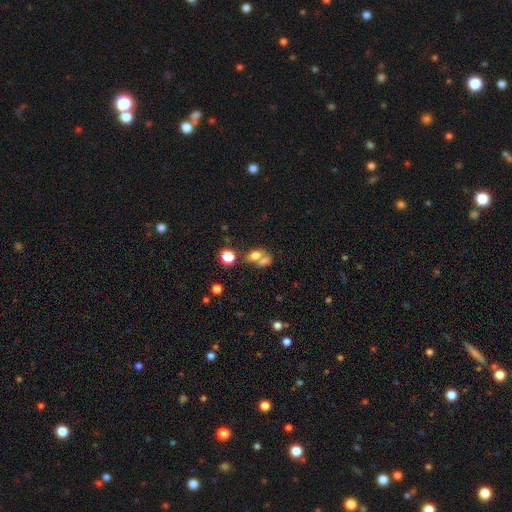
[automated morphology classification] Smooth or featured: smooth — 68% (featured or disk — 17%)
How rounded: in between — 71% (round — 23%)
Merging: merger — 49% (none — 34%)